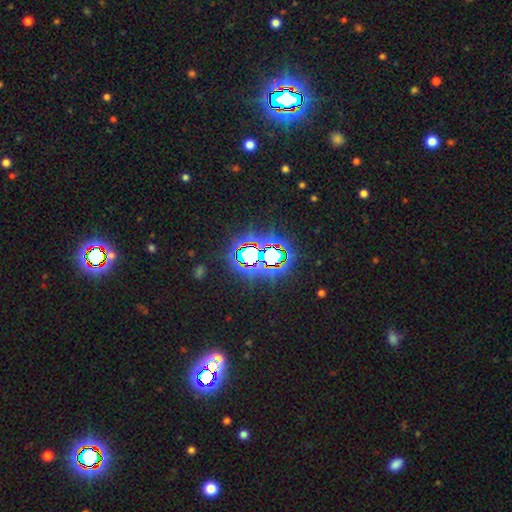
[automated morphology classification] Overall: star or artifact (77%).